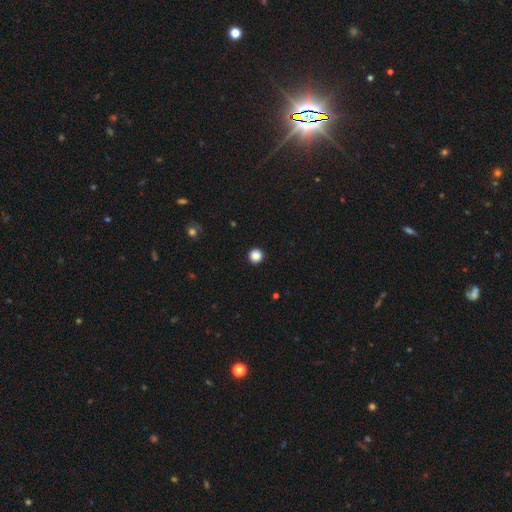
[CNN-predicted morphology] Smooth or featured? Predicted: smooth (p=0.87). How rounded? Predicted: round (p=0.95). Merging? Predicted: none (p=0.94).